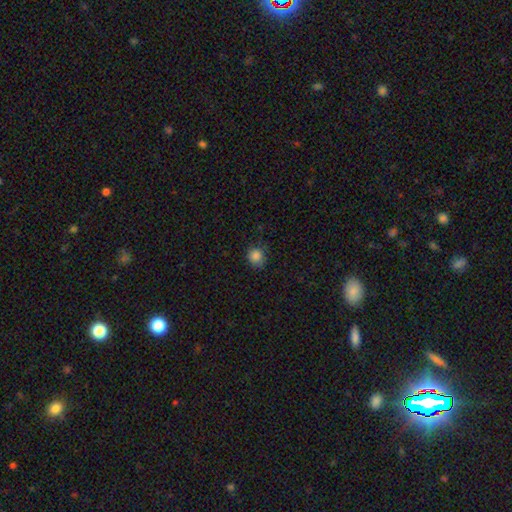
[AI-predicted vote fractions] A smooth galaxy with no disk features (85%) that is round (84%).

Vote fractions:
- Smooth or featured? smooth: 85% / star or artifact: 11% / featured or disk: 4%
- How rounded? round: 84% / in between: 15% / cigar-shaped: 1%
- Merging? none: 80% / minor disturbance: 15% / major disturbance: 3% / merger: 1%